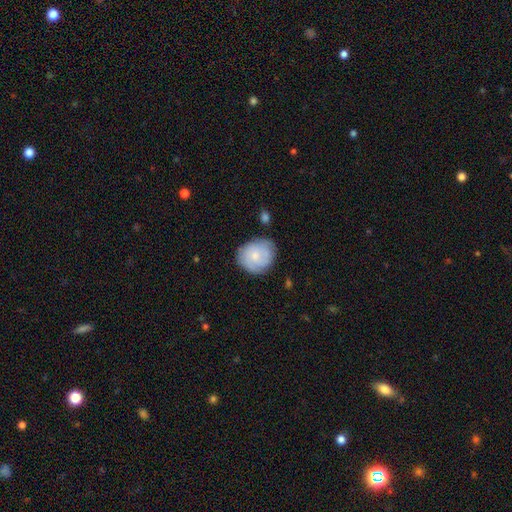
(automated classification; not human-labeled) This is likely a smooth galaxy (63%). How rounded: likely round (74%). Merging: likely none (71%).